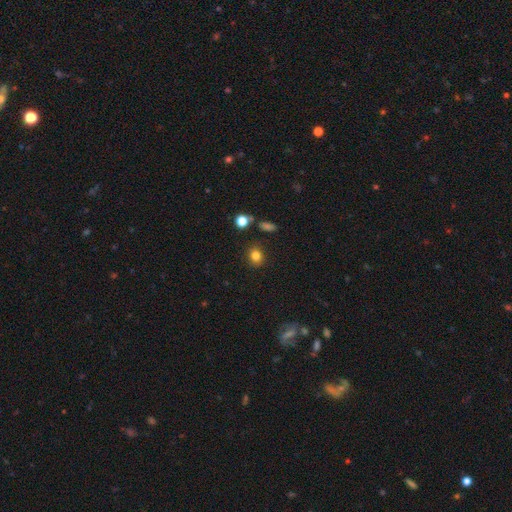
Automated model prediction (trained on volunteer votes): A smooth galaxy with no disk features (82%) that is round (65%).

Vote fractions:
- Smooth or featured? smooth: 82% / star or artifact: 12% / featured or disk: 6%
- How rounded? round: 65% / in between: 33% / cigar-shaped: 1%
- Merging? none: 85% / minor disturbance: 9% / merger: 3% / major disturbance: 3%